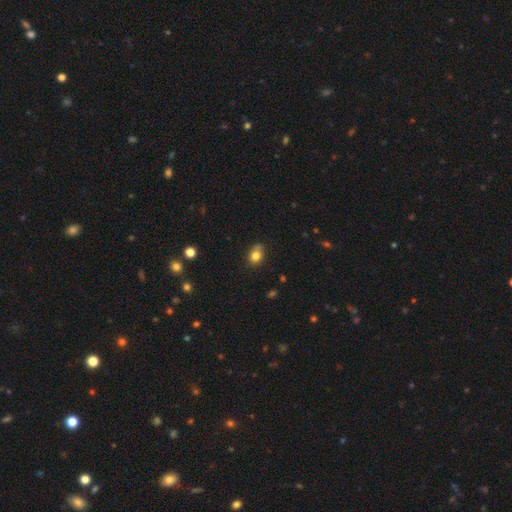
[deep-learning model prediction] smooth 81%, star or artifact 11%, featured or disk 8%. Down the decision tree: how rounded — in between (52%); merging — none (66%).